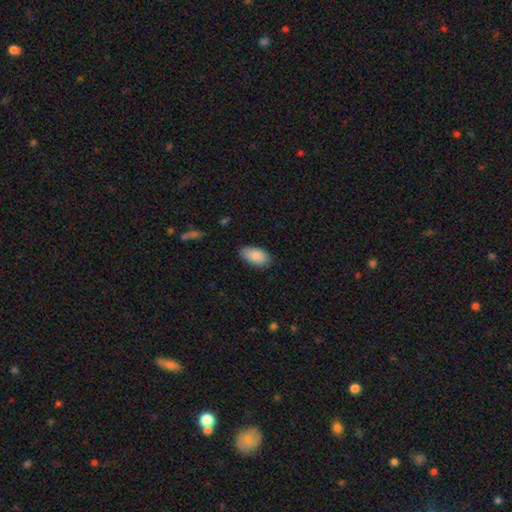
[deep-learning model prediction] This appears to be a smooth galaxy with no disk features (89%) that is in between round and cigar-shaped (94%). Merging: none (82%).